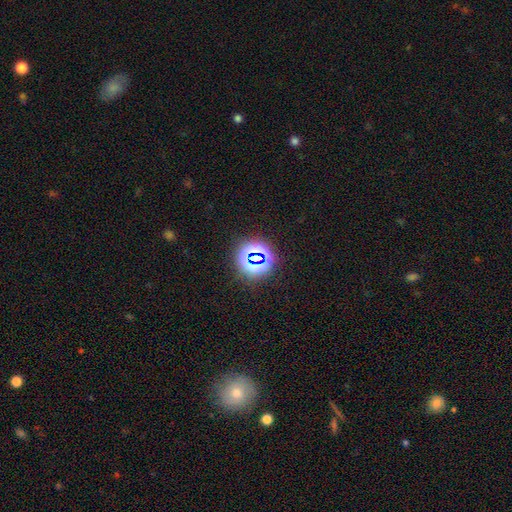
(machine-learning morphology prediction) This is likely a star or artifact rather than a galaxy (74%).